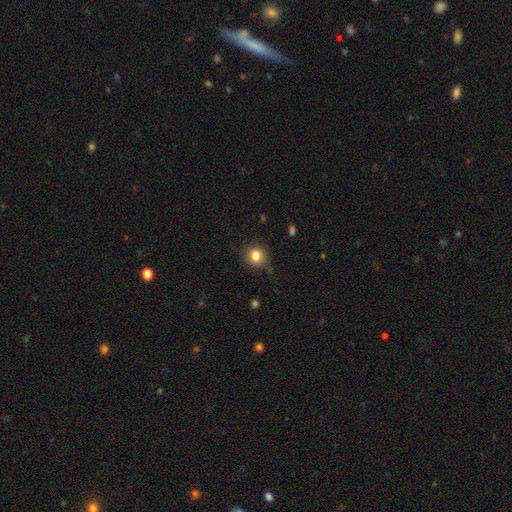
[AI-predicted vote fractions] A smooth galaxy with no disk features (82%) that is round (77%). Merging: none (80%).